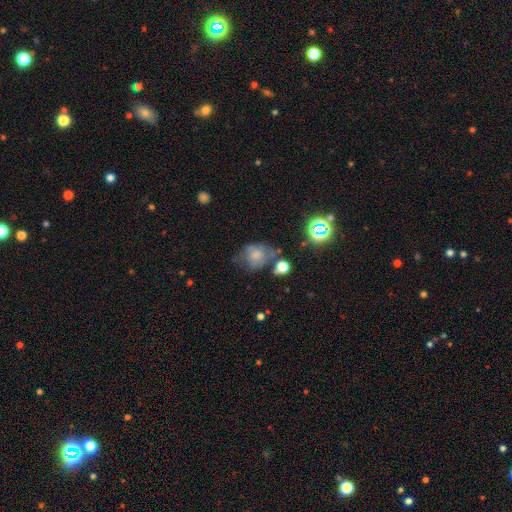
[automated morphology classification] Overall: smooth (57%; featured or disk 26%). How rounded: round (59%; in between 40%). Merging: none (39%; minor disturbance 29%).